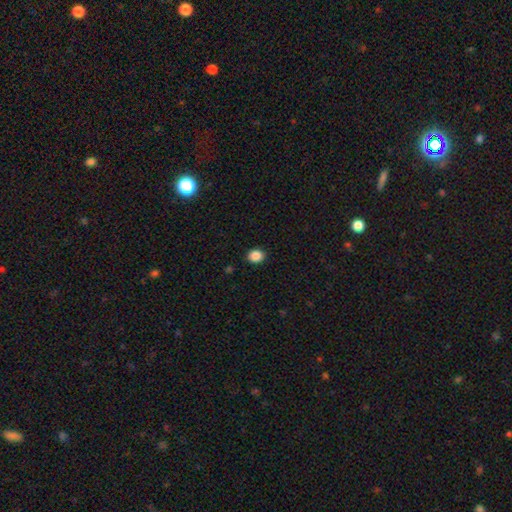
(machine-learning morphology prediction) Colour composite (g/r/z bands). It shows a smooth galaxy with no disk features (88%) that is round (63%). Merging: none (91%).